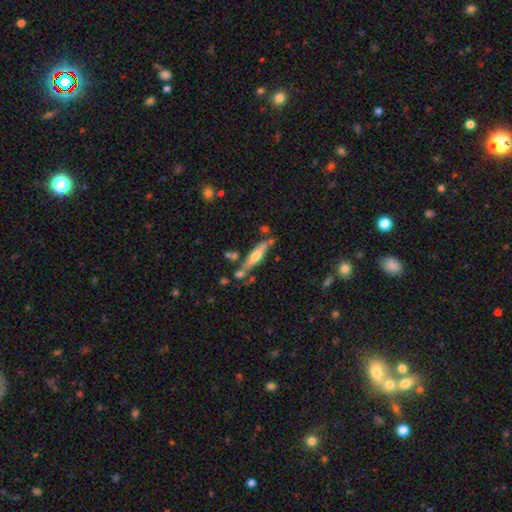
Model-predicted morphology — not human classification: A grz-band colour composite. It shows a featured or disk galaxy (48%). Merging: none (66%).